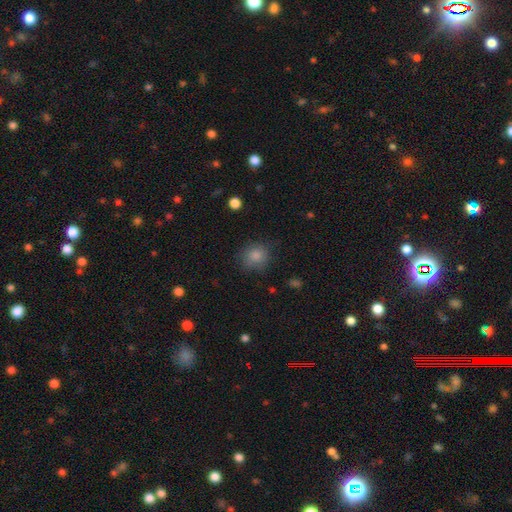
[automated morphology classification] The model was most divided on "merging": none: 77%, minor disturbance: 17%, major disturbance: 5%, merger: 2%. More confident: smooth or featured — smooth (84%); how rounded — round (80%).